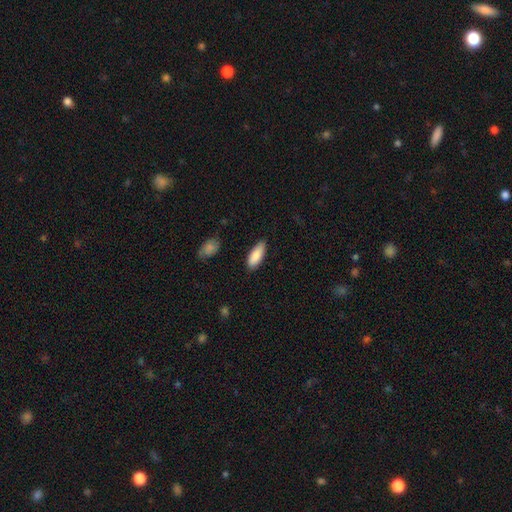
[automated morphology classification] smooth 88%, featured or disk 7%, star or artifact 6%. Down the decision tree: how rounded — in between (75%); merging — none (81%).